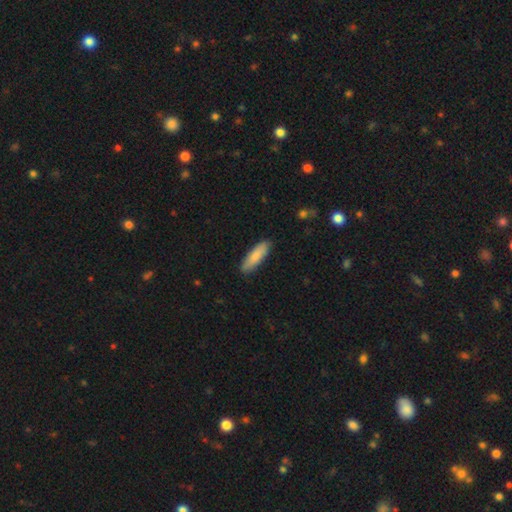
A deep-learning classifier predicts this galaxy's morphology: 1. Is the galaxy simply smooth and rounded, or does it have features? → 83% smooth, 12% featured or disk, 5% star or artifact.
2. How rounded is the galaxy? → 52% cigar-shaped, 46% in between, 1% round.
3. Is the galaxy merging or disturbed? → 86% none, 11% minor disturbance, 2% major disturbance, 1% merger.